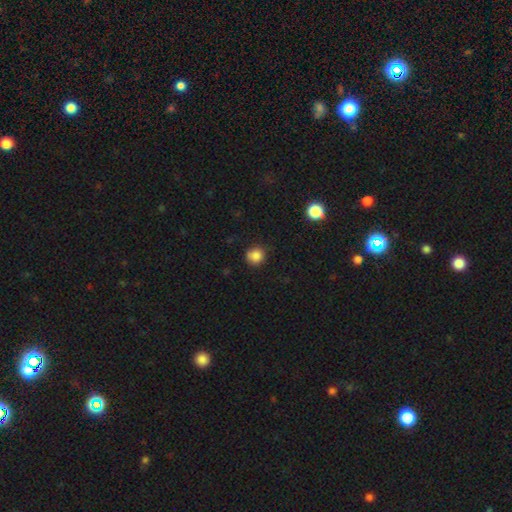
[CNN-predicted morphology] A smooth galaxy with no disk features (84%) that is round (87%). Merging: none (78%).